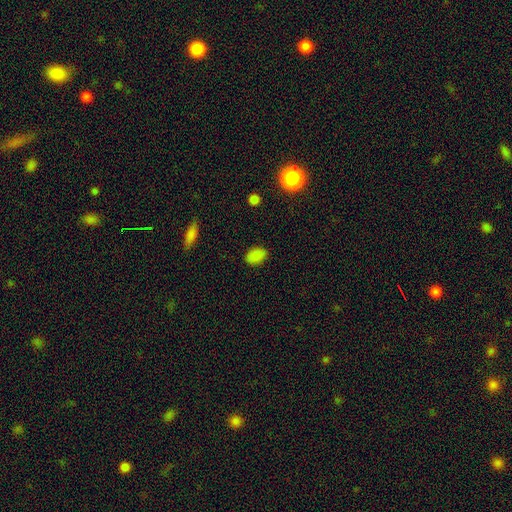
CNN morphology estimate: This appears to be a smooth galaxy with no disk features (86%) that is in between round and cigar-shaped (85%). Merging: none (86%).